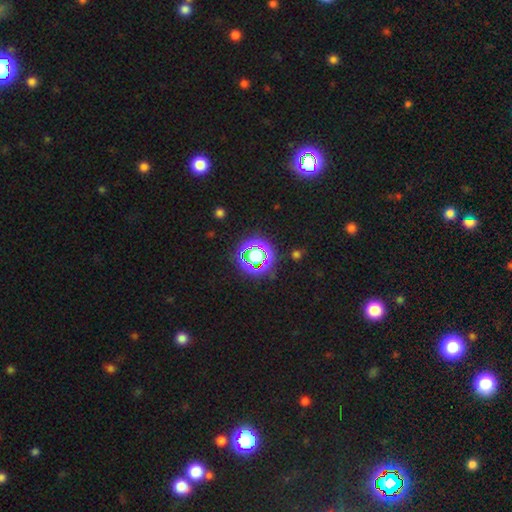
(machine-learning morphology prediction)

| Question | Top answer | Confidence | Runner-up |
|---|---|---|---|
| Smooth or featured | star or artifact | 60% | smooth (27%) |